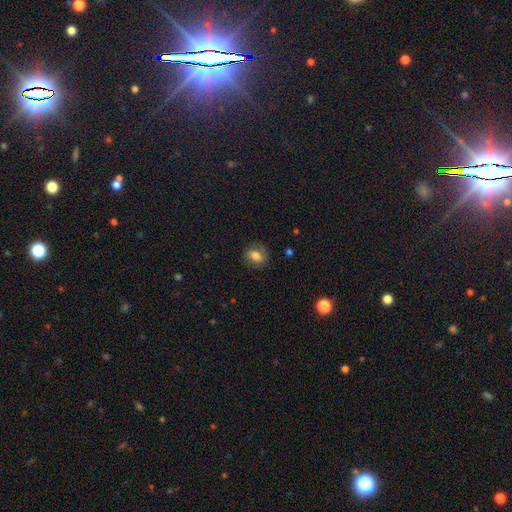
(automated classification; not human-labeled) This appears to be a smooth galaxy with no disk features (71%) that is in between round and cigar-shaped (62%). Merging: none (77%).